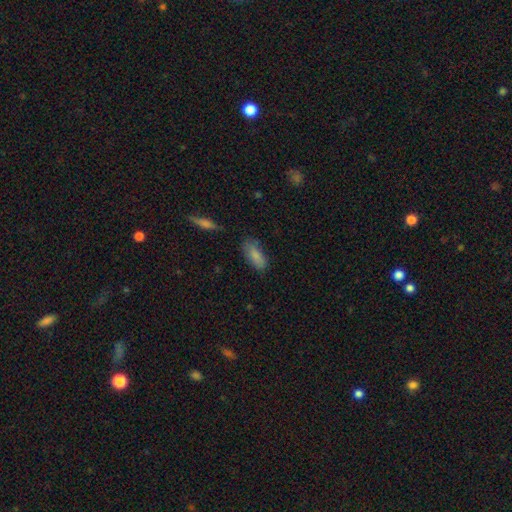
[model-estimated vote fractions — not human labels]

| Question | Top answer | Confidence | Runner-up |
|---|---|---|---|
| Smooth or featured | smooth | 84% | featured or disk (9%) |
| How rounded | in between | 81% | cigar-shaped (17%) |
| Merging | none | 72% | minor disturbance (21%) |